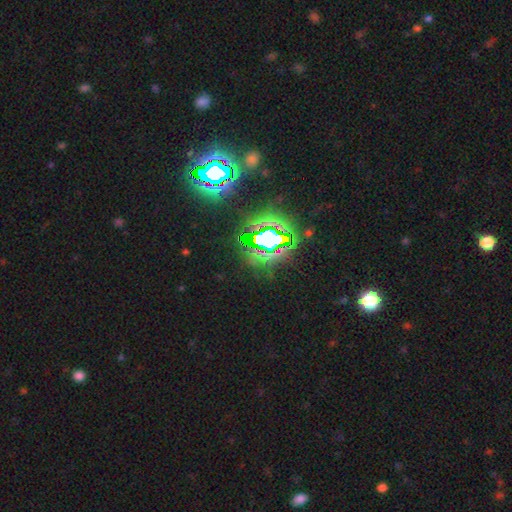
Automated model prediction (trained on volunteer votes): This is clearly a star or artifact rather than a galaxy (85%).